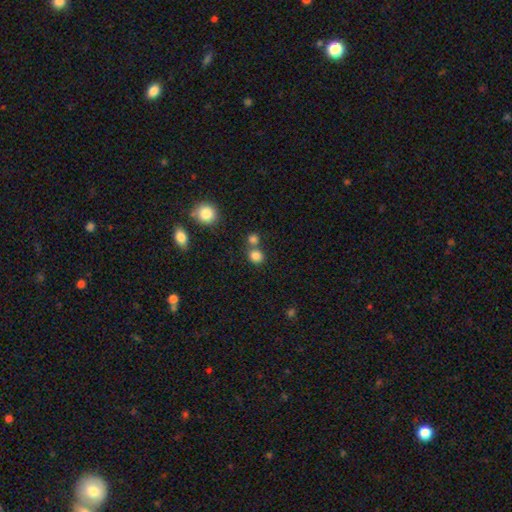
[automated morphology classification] This appears to be a smooth galaxy with no disk features (82%) that is round (83%). Merging: none (60%).